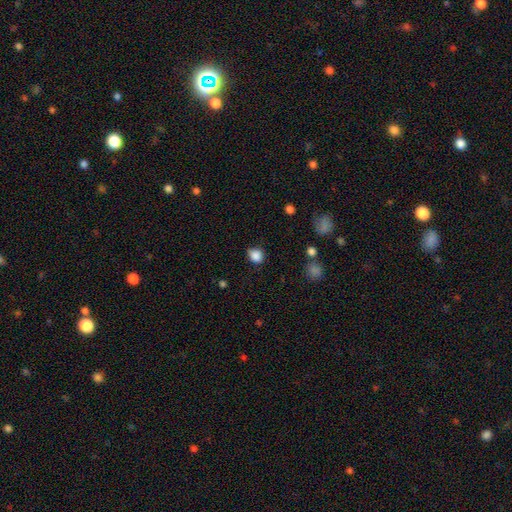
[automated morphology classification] smooth 85%, star or artifact 10%, featured or disk 4%. Down the decision tree: how rounded — round (61%); merging — none (68%).